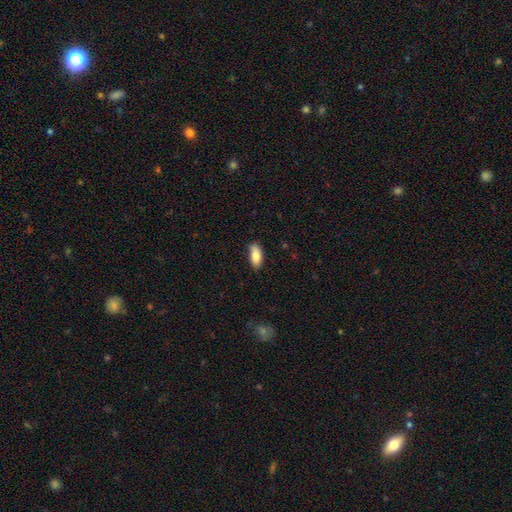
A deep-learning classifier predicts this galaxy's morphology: Smooth or featured? smooth (83%)
How rounded? in between (87%)
Merging? none (77%)